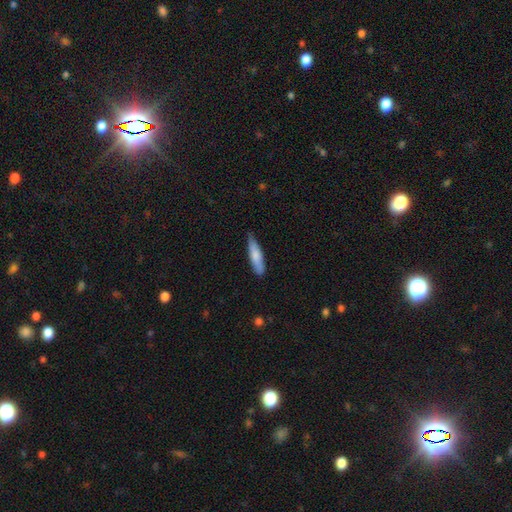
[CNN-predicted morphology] This is likely a smooth galaxy (78%). How rounded: likely cigar-shaped (73%). Merging: likely none (74%).